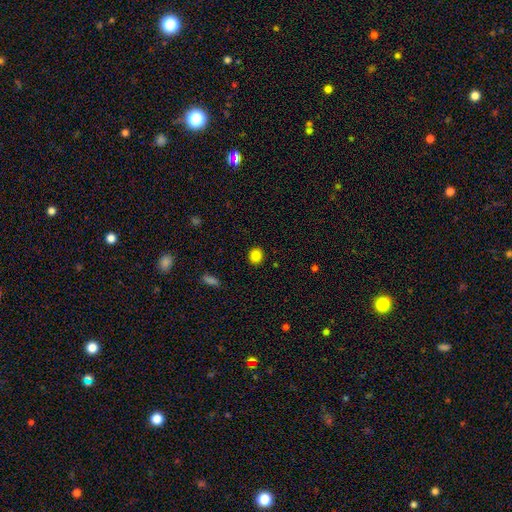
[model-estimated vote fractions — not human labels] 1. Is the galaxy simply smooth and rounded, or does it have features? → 86% smooth, 11% star or artifact, 3% featured or disk.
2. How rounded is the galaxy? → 72% round, 27% in between, 1% cigar-shaped.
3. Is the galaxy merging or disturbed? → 89% none, 7% minor disturbance, 2% major disturbance, 1% merger.